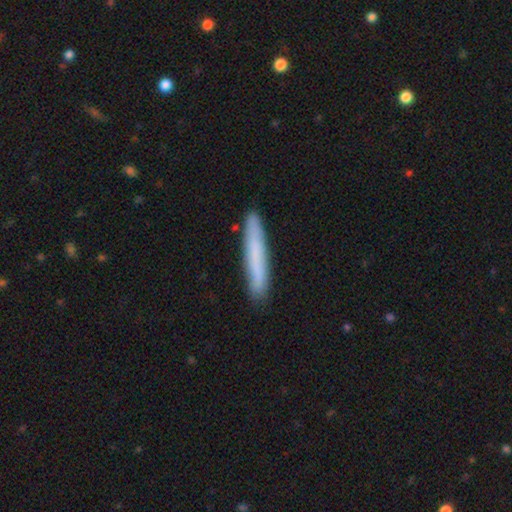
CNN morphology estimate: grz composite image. It shows a smooth galaxy with no disk features (70%) that is cigar-shaped (95%). Merging: none (89%).